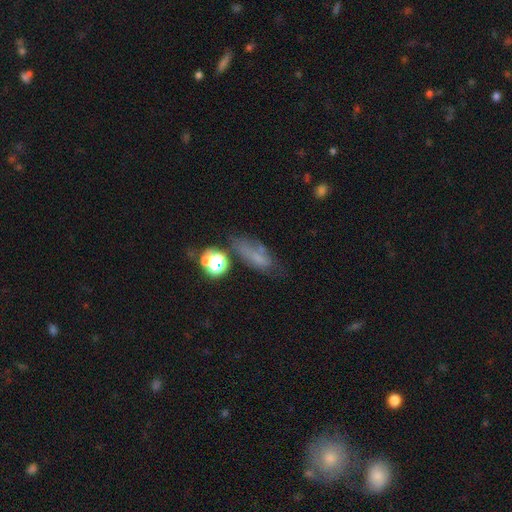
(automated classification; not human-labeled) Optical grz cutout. It shows a smooth galaxy with no disk features (49%). Merging: none (50%).